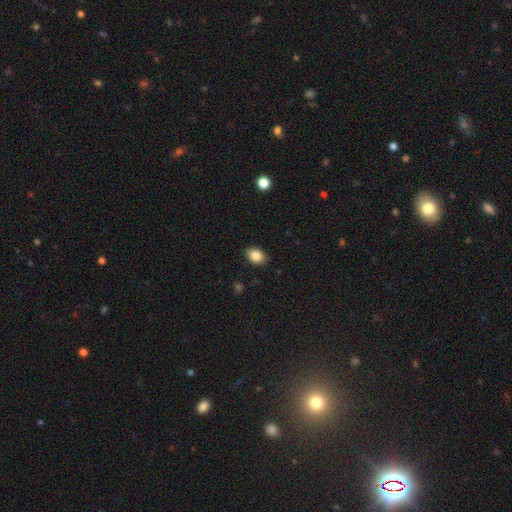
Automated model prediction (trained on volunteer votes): Smooth or featured: smooth — 86% (star or artifact — 8%)
How rounded: in between — 77% (round — 22%)
Merging: none — 88% (minor disturbance — 9%)